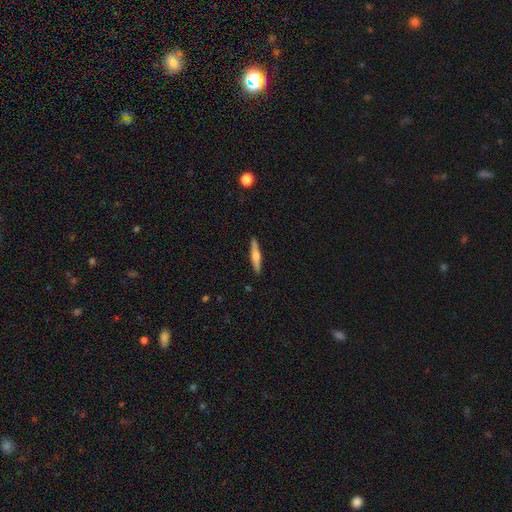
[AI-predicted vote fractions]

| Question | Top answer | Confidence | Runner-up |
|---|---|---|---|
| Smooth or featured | featured or disk | 49% | smooth (46%) |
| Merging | none | 90% | minor disturbance (7%) |